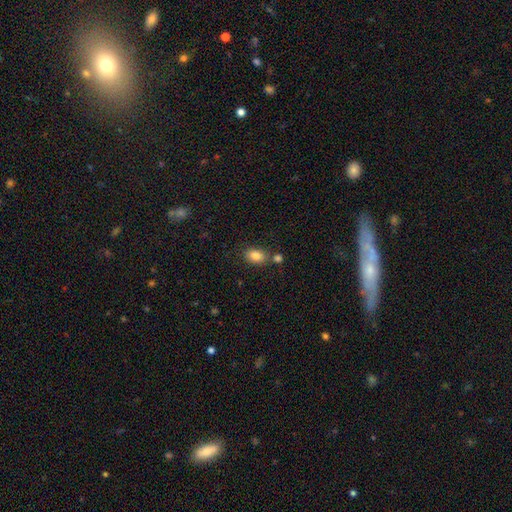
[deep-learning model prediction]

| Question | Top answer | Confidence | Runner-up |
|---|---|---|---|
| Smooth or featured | smooth | 83% | star or artifact (9%) |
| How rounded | in between | 84% | round (14%) |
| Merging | none | 70% | merger (16%) |